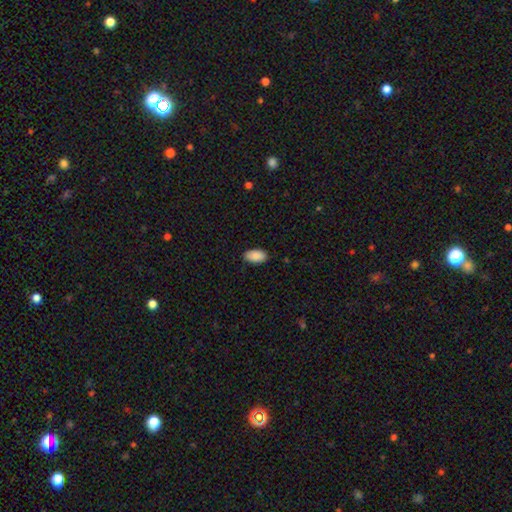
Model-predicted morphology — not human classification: Q: Smooth or featured?
A: smooth (90%); runner-up: star or artifact (6%)
Q: How rounded?
A: in between (95%); runner-up: round (3%)
Q: Merging?
A: none (88%); runner-up: minor disturbance (9%)